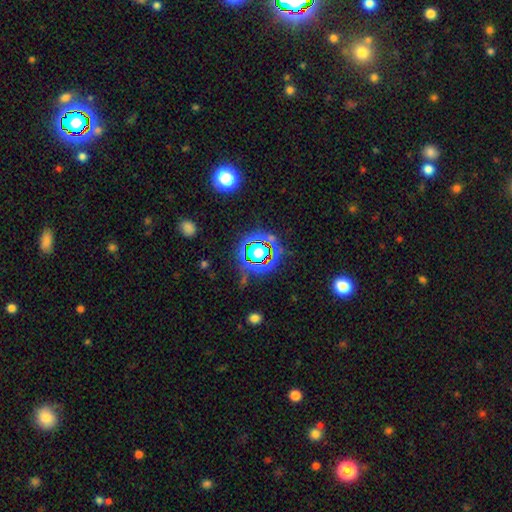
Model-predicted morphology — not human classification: This appears to be a star or artifact, not a galaxy (68%).